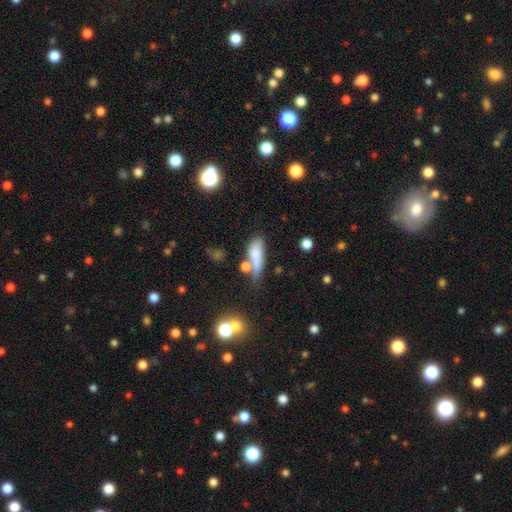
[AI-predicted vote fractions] Smooth or featured?
  - smooth: 71% *
  - featured or disk: 19%
  - star or artifact: 10%
How rounded?
  - in between: 56% *
  - cigar-shaped: 38%
  - round: 5%
Merging?
  - none: 33% *
  - merger: 30%
  - minor disturbance: 21%
  - major disturbance: 17%